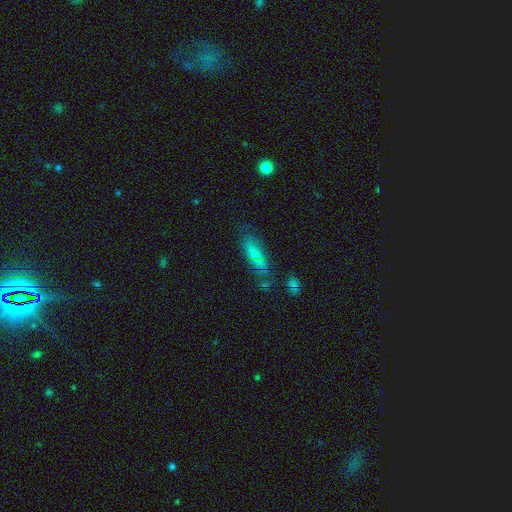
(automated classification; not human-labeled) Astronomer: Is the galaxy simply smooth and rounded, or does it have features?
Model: smooth — 73%.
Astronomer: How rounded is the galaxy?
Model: cigar-shaped — 50% (runner-up: in between, 48%).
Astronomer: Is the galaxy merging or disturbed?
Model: none — 63%.